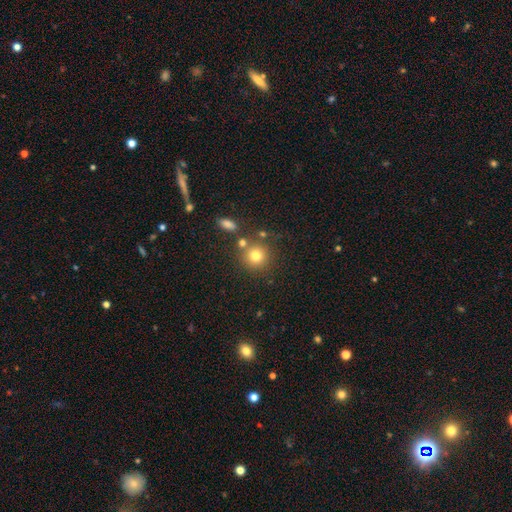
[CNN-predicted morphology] Overall: smooth (78%). How rounded: round (91%). Merging: none (73%).